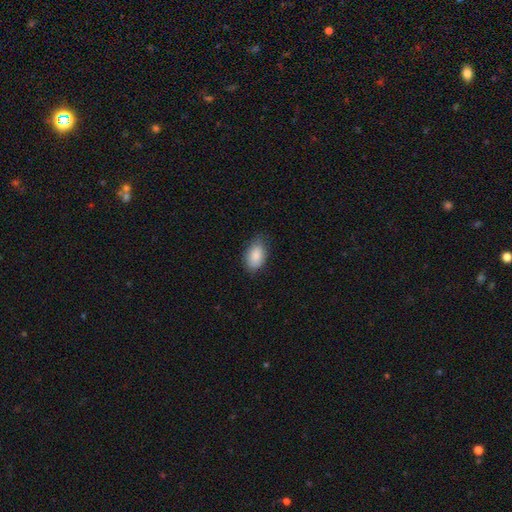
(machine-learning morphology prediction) A smooth galaxy with no disk features (87%) that is in between round and cigar-shaped (92%).

Vote fractions:
- Smooth or featured? smooth: 87% / star or artifact: 7% / featured or disk: 6%
- How rounded? in between: 92% / round: 7% / cigar-shaped: 2%
- Merging? none: 73% / minor disturbance: 22% / major disturbance: 4% / merger: 1%